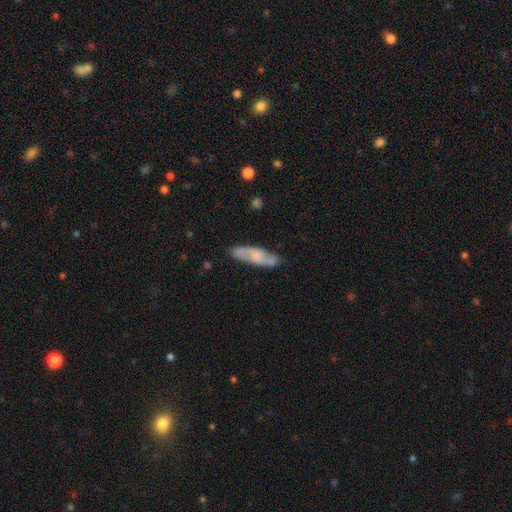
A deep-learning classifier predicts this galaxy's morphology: smooth_or_featured: featured or disk (p=0.48) [alt: smooth p=0.46]
merging: none (p=0.81) [alt: minor disturbance p=0.15]